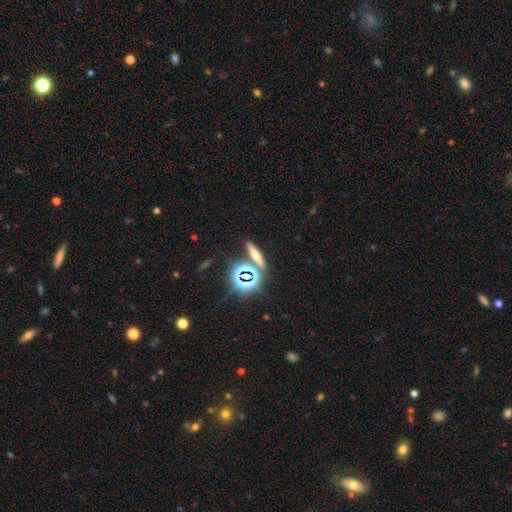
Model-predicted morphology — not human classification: The model was most divided on "smooth or featured": smooth: 42%, star or artifact: 29%, featured or disk: 28%. More confident: merging — none (79%).